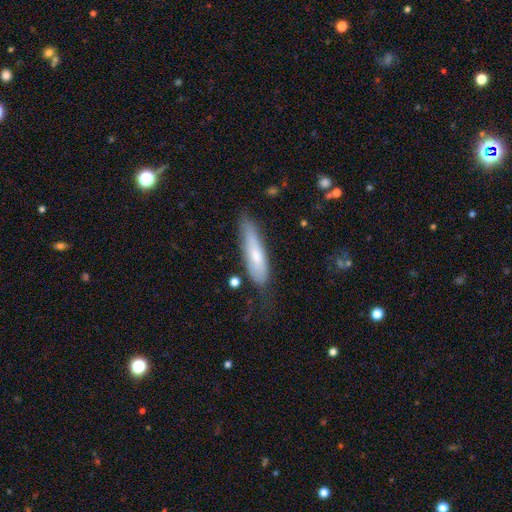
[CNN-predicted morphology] type=smooth (68%); roundness=cigar-shaped (72%); merging=none (64%).